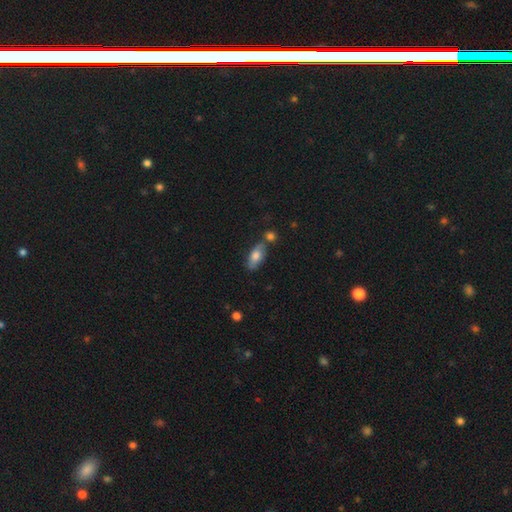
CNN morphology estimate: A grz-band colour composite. It shows a smooth galaxy with no disk features (72%) that is in between round and cigar-shaped (84%). Merging: none (65%).